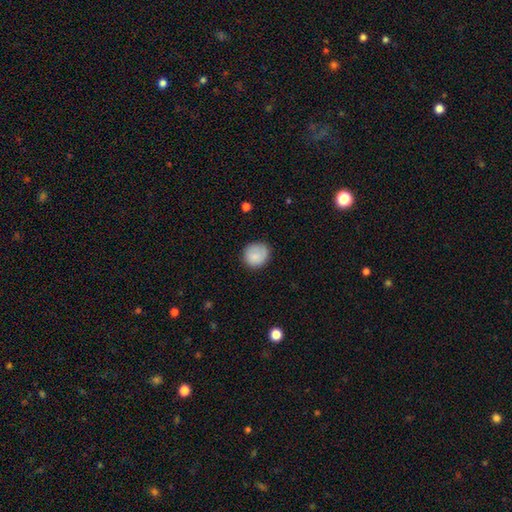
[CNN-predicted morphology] smooth-or-featured: smooth: 86% | star or artifact: 7% | featured or disk: 7%
  how-rounded: round: 85% | in between: 14% | cigar-shaped: 1%
  merging: none: 79% | minor disturbance: 16% | major disturbance: 4% | merger: 1%